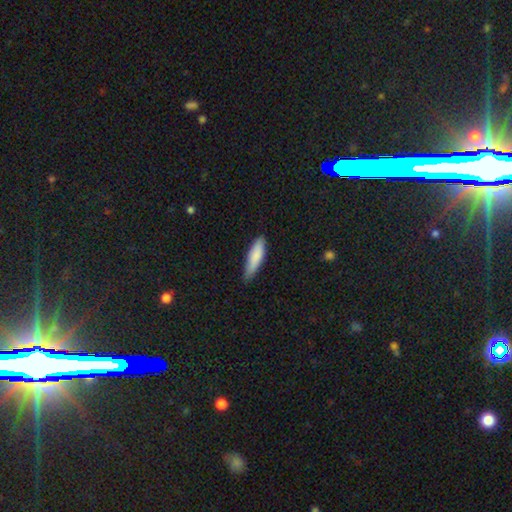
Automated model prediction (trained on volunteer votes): Smooth or featured? smooth (84%)
How rounded? cigar-shaped (64%)
Merging? none (71%)